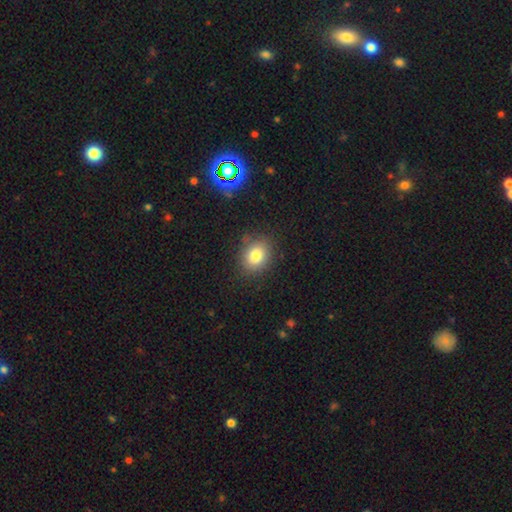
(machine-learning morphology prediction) The model was most divided on "how rounded": in between: 51%, round: 48%, cigar-shaped: 1%. More confident: merging — none (82%); smooth or featured — smooth (80%).